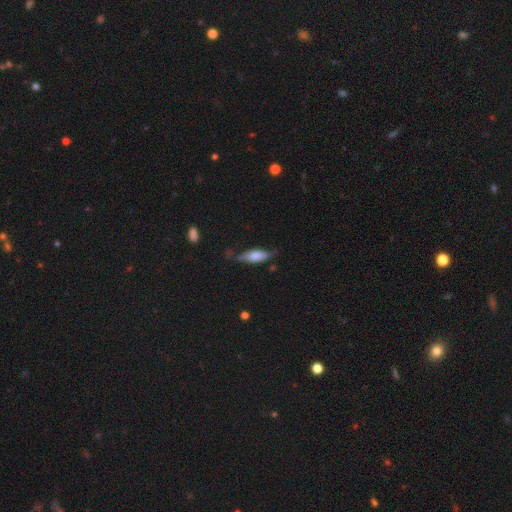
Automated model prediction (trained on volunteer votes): Overall: smooth (55%; featured or disk 39%). How rounded: in between (56%; cigar-shaped 42%). Merging: none (64%; minor disturbance 26%).